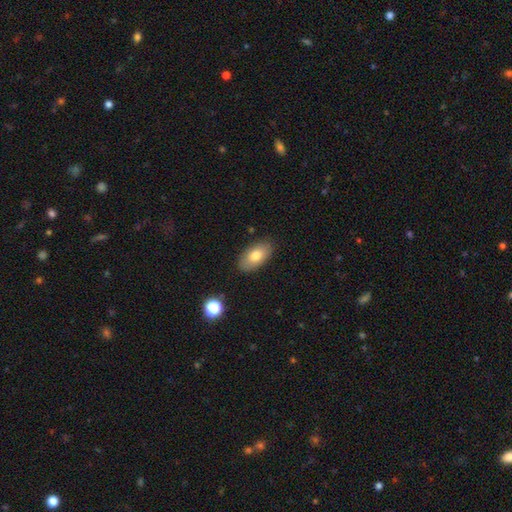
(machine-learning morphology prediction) The model was most divided on "smooth or featured": smooth: 77%, featured or disk: 16%, star or artifact: 7%. More confident: how rounded — in between (93%); merging — none (85%).